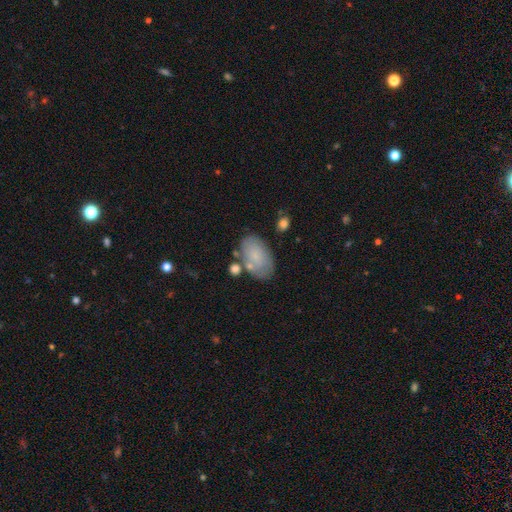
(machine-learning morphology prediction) type=smooth (70%); roundness=in between (92%); merging=none (66%).